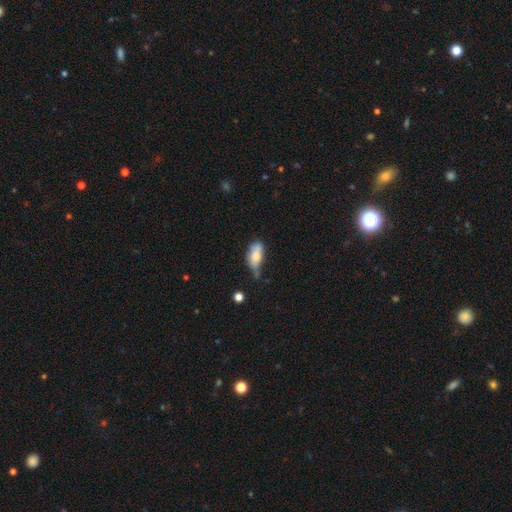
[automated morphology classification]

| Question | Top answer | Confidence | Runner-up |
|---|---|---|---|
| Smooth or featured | smooth | 71% | featured or disk (21%) |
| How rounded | in between | 85% | cigar-shaped (11%) |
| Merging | minor disturbance | 40% | none (34%) |